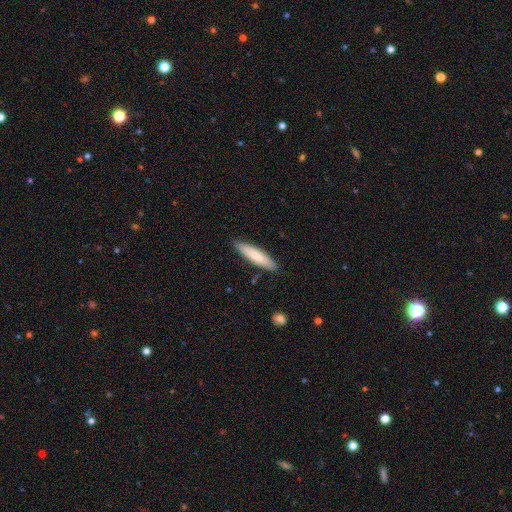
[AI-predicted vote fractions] Q: Smooth or featured?
A: smooth (79%); runner-up: featured or disk (16%)
Q: How rounded?
A: cigar-shaped (80%); runner-up: in between (19%)
Q: Merging?
A: none (86%); runner-up: minor disturbance (10%)